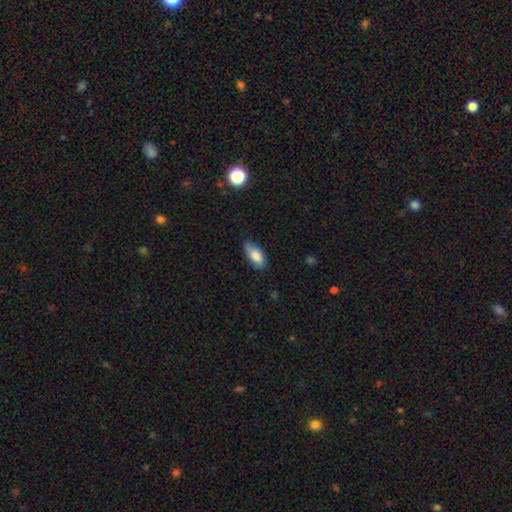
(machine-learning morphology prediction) Overall: smooth (81%). How rounded: in between (86%). Merging: none (77%).